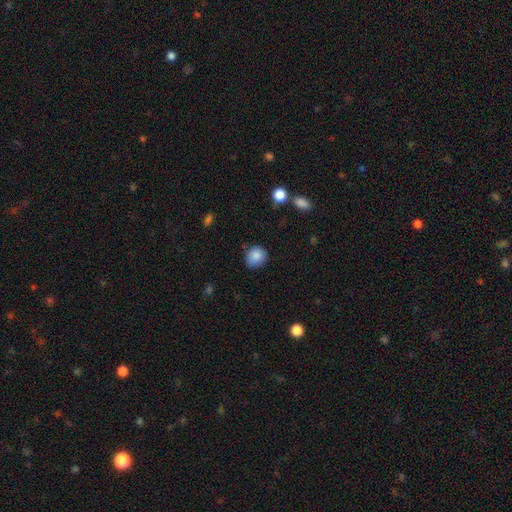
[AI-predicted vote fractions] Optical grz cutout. It shows a smooth galaxy with no disk features (87%) that is round (80%). Merging: none (79%).